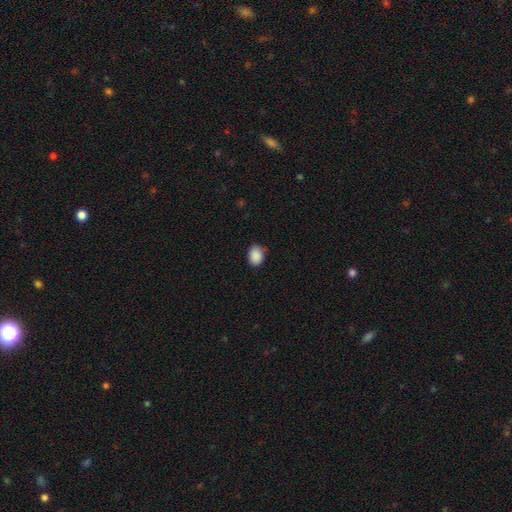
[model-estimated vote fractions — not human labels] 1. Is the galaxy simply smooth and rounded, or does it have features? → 90% smooth, 8% star or artifact, 3% featured or disk.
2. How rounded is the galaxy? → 66% in between, 33% round, 1% cigar-shaped.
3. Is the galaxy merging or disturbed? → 81% none, 15% minor disturbance, 3% major disturbance, 1% merger.